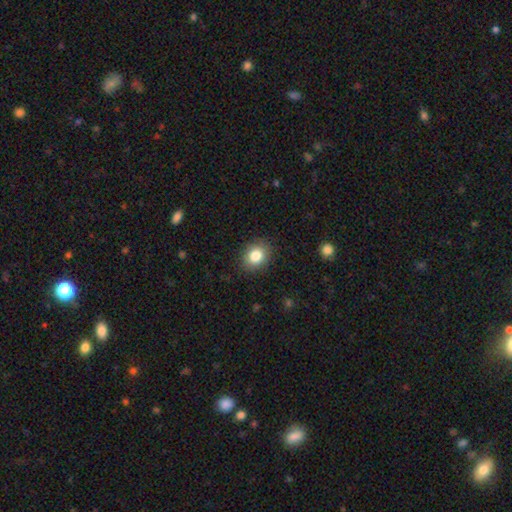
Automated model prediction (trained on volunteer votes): Smooth or featured? Predicted: smooth (p=0.84). How rounded? Predicted: in between (p=0.53). Merging? Predicted: none (p=0.87).